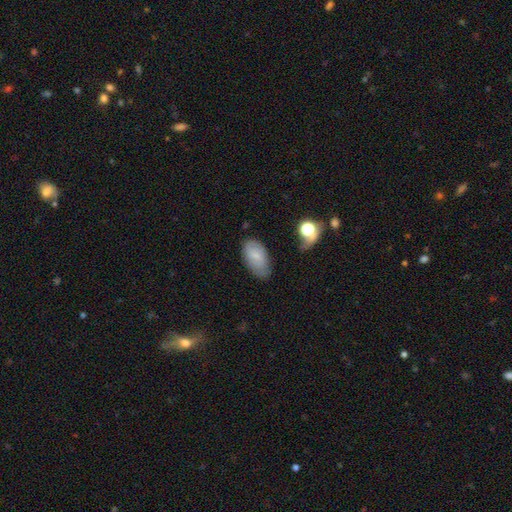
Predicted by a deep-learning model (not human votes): Overall: smooth (70%). How rounded: in between (93%). Merging: none (67%).